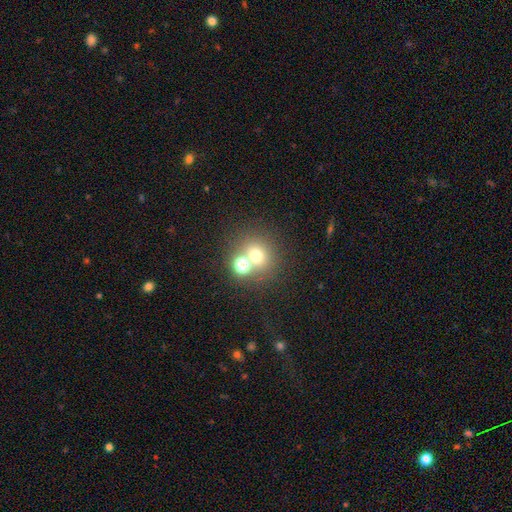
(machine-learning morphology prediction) Smooth or featured: smooth — 67% (star or artifact — 21%)
How rounded: round — 81% (in between — 18%)
Merging: none — 55% (merger — 34%)